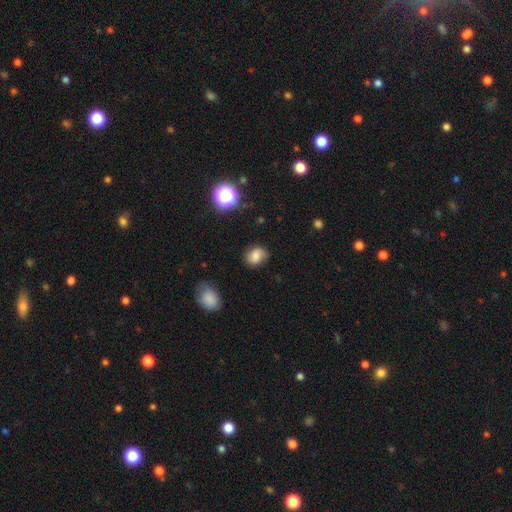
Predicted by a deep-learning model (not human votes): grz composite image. It shows a smooth galaxy with no disk features (70%) that is round (54%). Merging: none (73%).